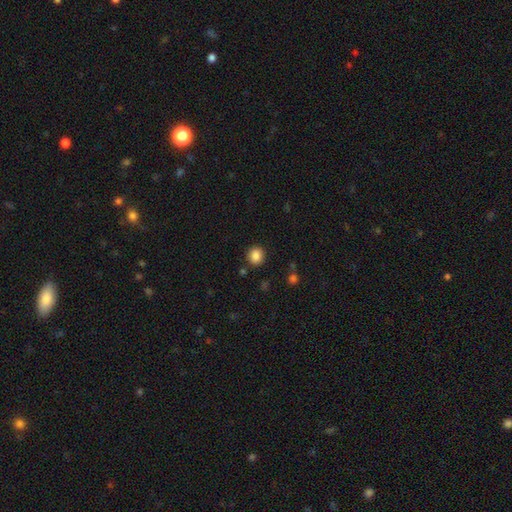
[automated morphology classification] smooth 86%, star or artifact 10%, featured or disk 4%. Down the decision tree: how rounded — round (86%); merging — none (89%).